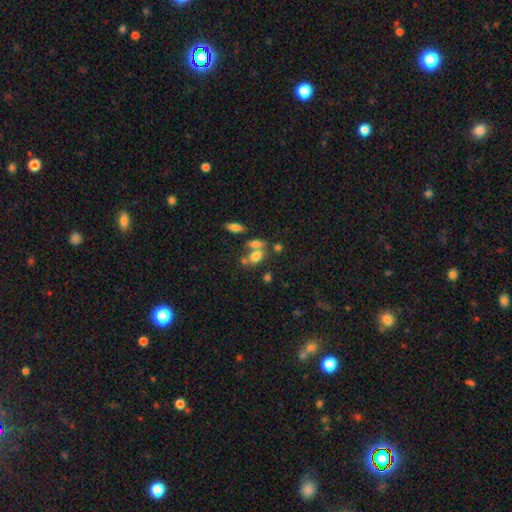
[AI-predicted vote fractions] Morphology: type=smooth (72%); roundness=in between (74%); merging=none (41%).